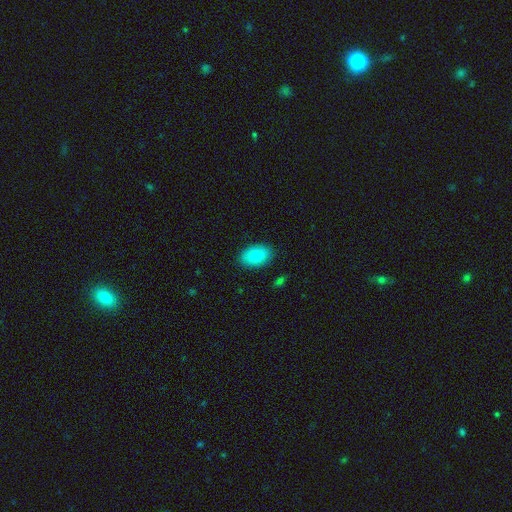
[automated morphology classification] smooth-or-featured: smooth: 87% | featured or disk: 7% | star or artifact: 7%
  how-rounded: in between: 90% | round: 9% | cigar-shaped: 1%
  merging: none: 87% | minor disturbance: 9% | major disturbance: 2% | merger: 1%